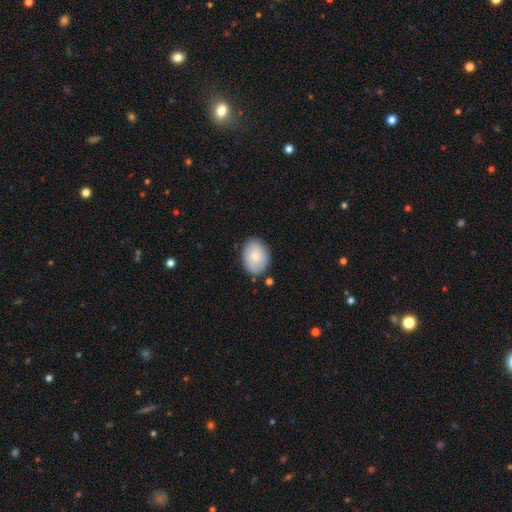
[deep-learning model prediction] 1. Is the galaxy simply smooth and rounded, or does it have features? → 81% smooth, 13% featured or disk, 6% star or artifact.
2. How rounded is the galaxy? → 69% in between, 30% round, 1% cigar-shaped.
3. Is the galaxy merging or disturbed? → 80% none, 14% minor disturbance, 3% major disturbance, 3% merger.